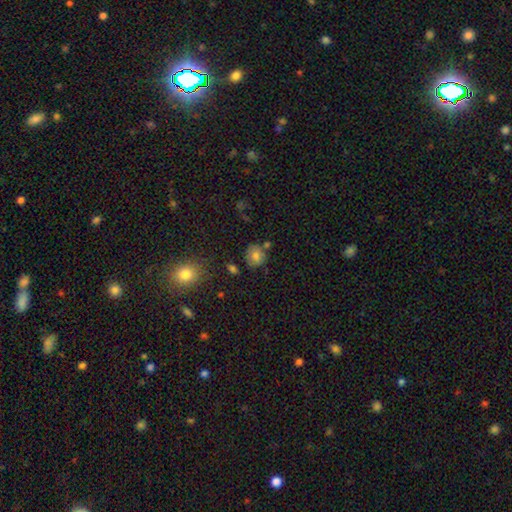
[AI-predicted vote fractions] Overall: smooth (77%). How rounded: round (78%). Merging: none (72%).